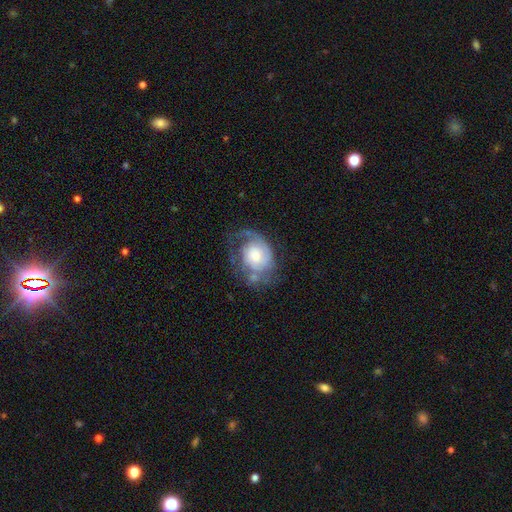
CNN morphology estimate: smooth_or_featured: featured or disk (p=0.67) [alt: smooth p=0.26]
disk_edge_on: no (p=0.97) [alt: yes p=0.03]
bar: no (p=0.76) [alt: weak p=0.21]
has_spiral_arms: yes (p=0.82) [alt: no p=0.18]
spiral_winding: tight (p=0.45) [alt: medium p=0.36]
spiral_arm_count: 2 (p=0.37) [alt: 1 p=0.30]
bulge_size: moderate (p=0.46) [alt: small p=0.28]
merging: none (p=0.43) [alt: major disturbance p=0.26]